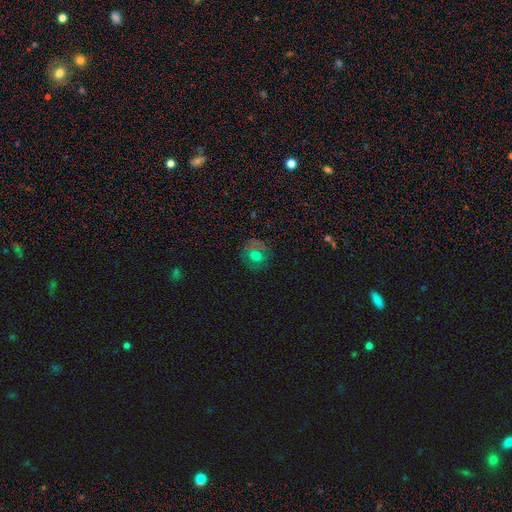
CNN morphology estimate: Smooth or featured? Predicted: smooth (p=0.58). How rounded? Predicted: round (p=0.81). Merging? Predicted: none (p=0.73).